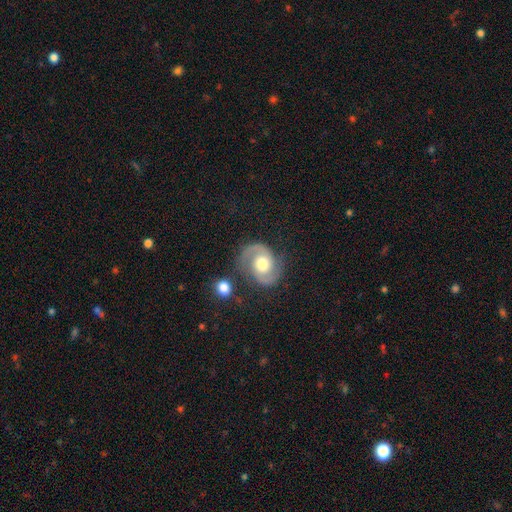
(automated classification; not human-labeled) A featured or disk galaxy (82%) with no bar (59%), 2 (91%) medium (54%) spiral arms (92%) and a moderate central bulge (66%).

Vote fractions:
- Smooth or featured? featured or disk: 82% / smooth: 10% / star or artifact: 8%
- Edge-on disk? no: 98% / yes: 2%
- Bar? no: 59% / weak: 31% / strong: 10%
- Spiral arms? yes: 92% / no: 8%
- Spiral winding? medium: 54% / tight: 30% / loose: 16%
- Spiral arm count? 2: 91% / 1: 3% / can't tell: 3% / 3: 1% / 4: 1% / more than 4: 1%
- Bulge size? moderate: 66% / large: 20% / small: 9% / dominant: 2% / none: 2%
- Merging? none: 76% / minor disturbance: 12% / major disturbance: 6% / merger: 6%